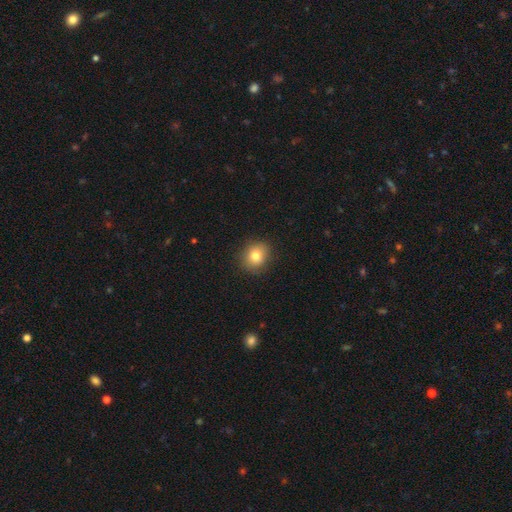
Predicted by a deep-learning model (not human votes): Morphology: type=smooth (80%); roundness=round (76%); merging=none (87%).